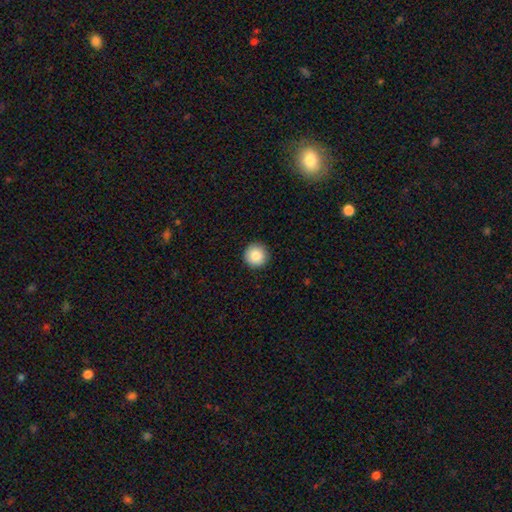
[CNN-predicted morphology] The model was most divided on "smooth or featured": smooth: 86%, star or artifact: 8%, featured or disk: 6%. More confident: how rounded — round (96%); merging — none (92%).